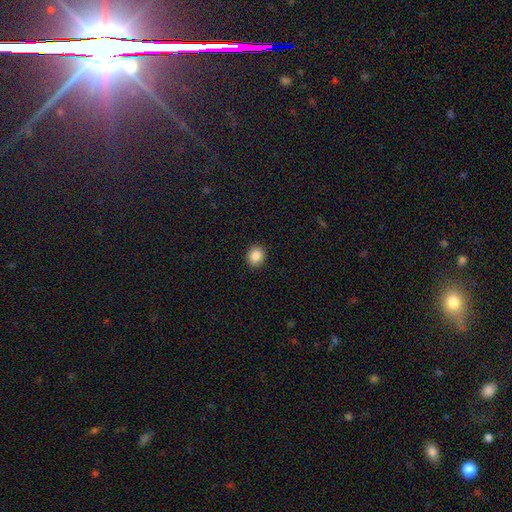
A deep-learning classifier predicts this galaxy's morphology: A smooth galaxy with no disk features (87%) that is round (76%). Merging: none (91%).